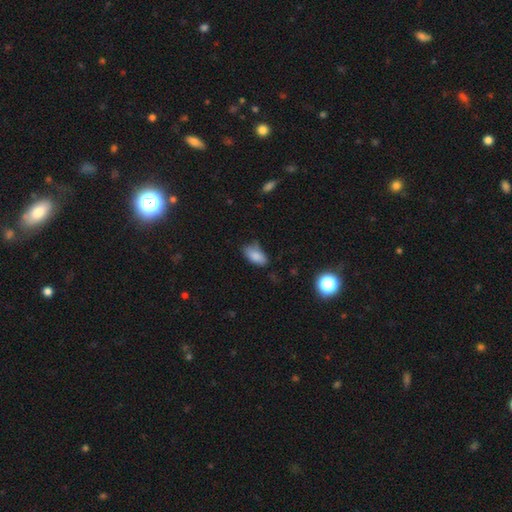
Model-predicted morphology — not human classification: type=smooth (84%); roundness=in between (92%); merging=none (57%).